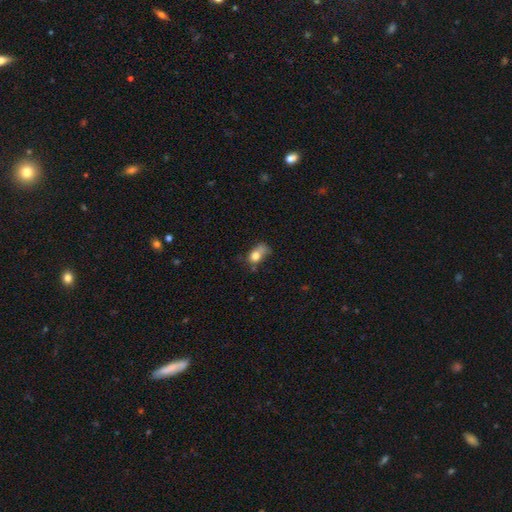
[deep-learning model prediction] A smooth galaxy with no disk features (75%) that is in between round and cigar-shaped (69%). Merging: minor disturbance (31%).